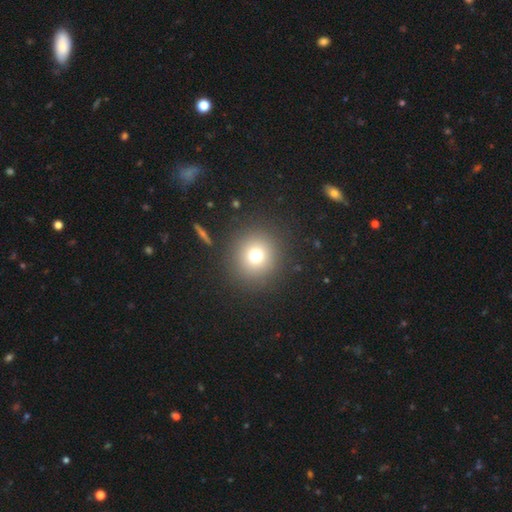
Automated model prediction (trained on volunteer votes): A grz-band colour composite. It shows a smooth galaxy with no disk features (71%) that is round (93%). Merging: none (89%).